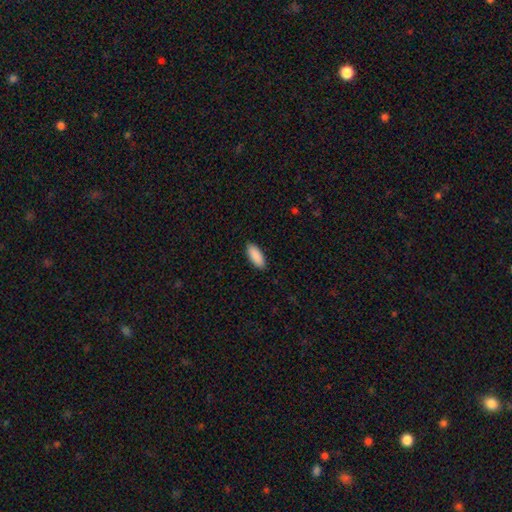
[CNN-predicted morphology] Smooth or featured? smooth (91%)
How rounded? in between (82%)
Merging? none (90%)